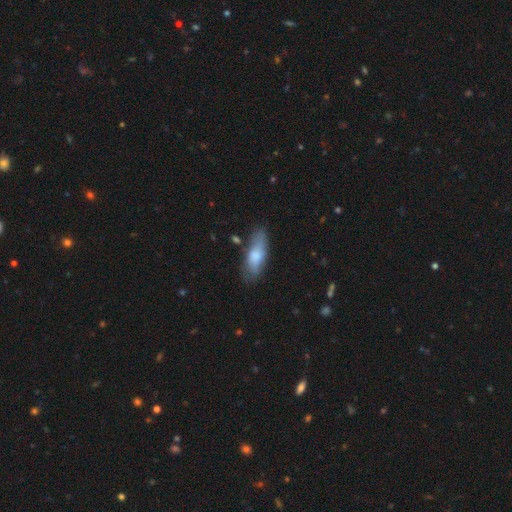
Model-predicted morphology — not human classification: Q: Smooth or featured?
A: smooth (71%); runner-up: featured or disk (23%)
Q: How rounded?
A: in between (70%); runner-up: cigar-shaped (27%)
Q: Merging?
A: none (63%); runner-up: minor disturbance (26%)